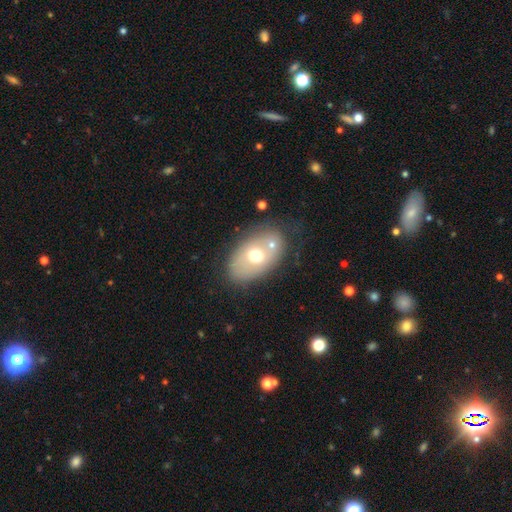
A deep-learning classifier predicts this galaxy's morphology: smooth-or-featured: smooth: 57% | featured or disk: 33% | star or artifact: 10%
  how-rounded: in between: 84% | round: 15% | cigar-shaped: 1%
  merging: none: 62% | minor disturbance: 16% | merger: 16% | major disturbance: 7%